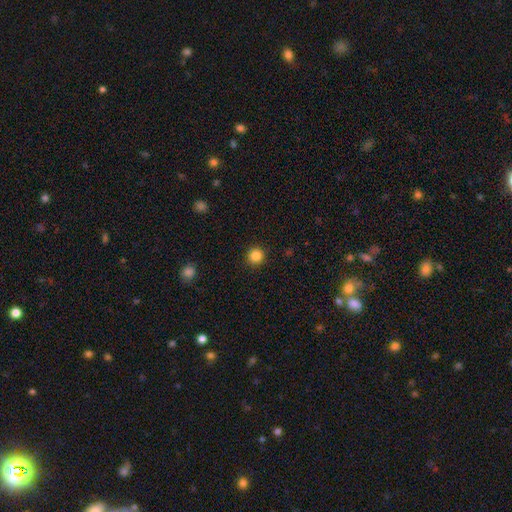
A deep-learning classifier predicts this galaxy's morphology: smooth 85%, star or artifact 11%, featured or disk 4%. Down the decision tree: how rounded — round (94%); merging — none (92%).